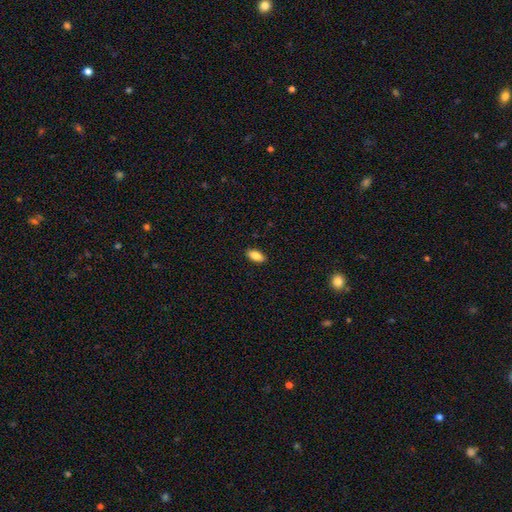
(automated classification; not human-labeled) smooth 84%, featured or disk 9%, star or artifact 7%. Down the decision tree: how rounded — in between (89%); merging — none (89%).